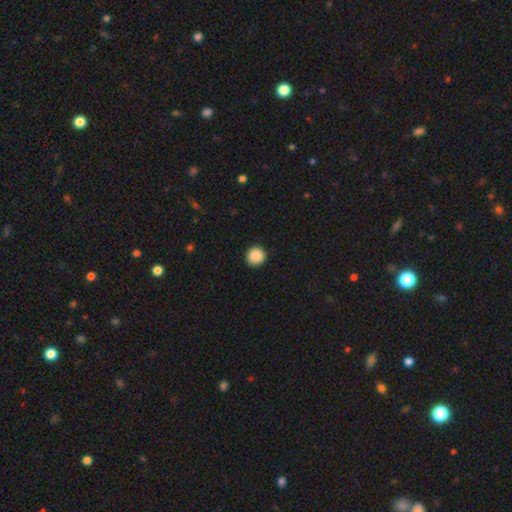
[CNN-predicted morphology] This appears to be a smooth galaxy with no disk features (89%) that is round (95%). Merging: none (92%).